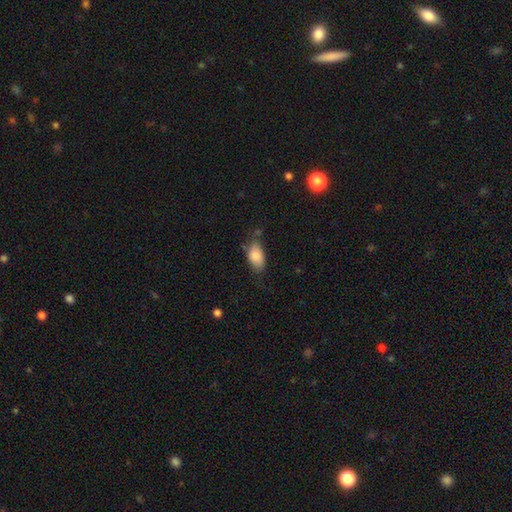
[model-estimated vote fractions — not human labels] smooth_or_featured: smooth (p=0.84) [alt: featured or disk p=0.09]
how_rounded: in between (p=0.91) [alt: round p=0.06]
merging: none (p=0.58) [alt: minor disturbance p=0.30]